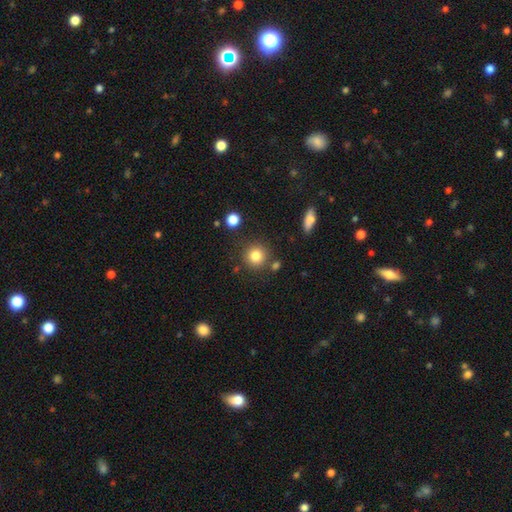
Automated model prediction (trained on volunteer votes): The model was most divided on "smooth or featured": smooth: 82%, star or artifact: 11%, featured or disk: 7%. More confident: how rounded — round (92%); merging — none (83%).